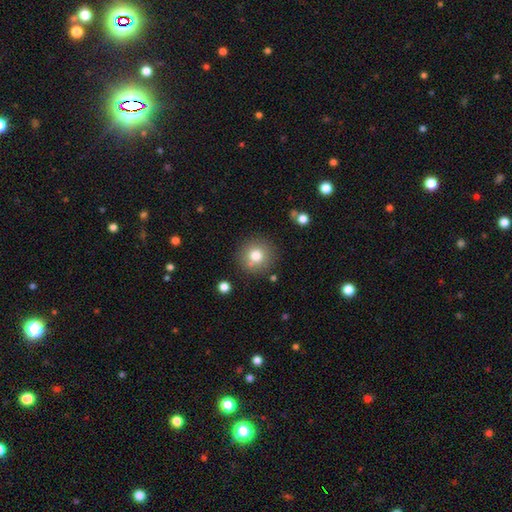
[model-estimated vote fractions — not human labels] Overall: smooth (79%). How rounded: round (94%). Merging: none (83%).